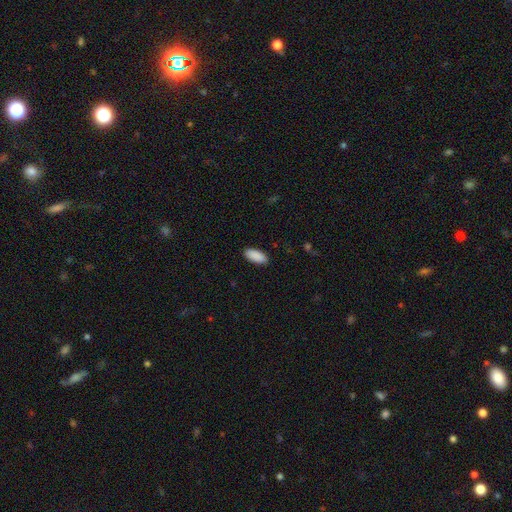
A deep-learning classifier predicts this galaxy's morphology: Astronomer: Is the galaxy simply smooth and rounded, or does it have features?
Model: smooth — 91%.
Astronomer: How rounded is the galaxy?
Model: in between — 88%.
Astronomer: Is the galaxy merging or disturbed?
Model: none — 90%.